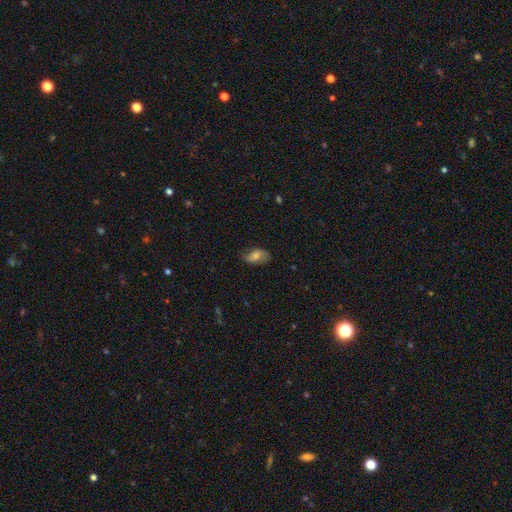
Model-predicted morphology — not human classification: Overall: smooth (60%; featured or disk 31%). How rounded: in between (90%). Merging: none (71%).